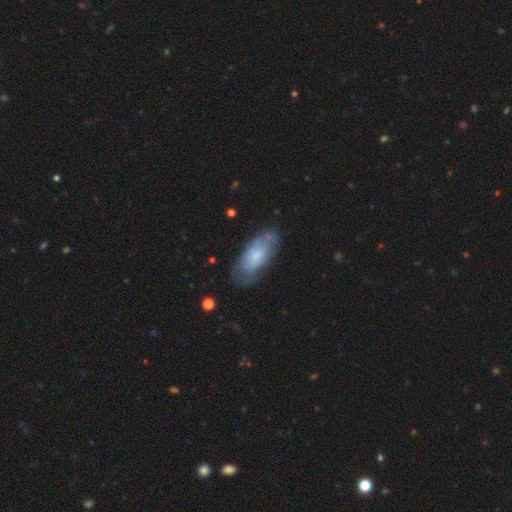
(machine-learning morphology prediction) smooth 54%, featured or disk 39%, star or artifact 7%. Down the decision tree: how rounded — in between (86%); merging — none (65%).